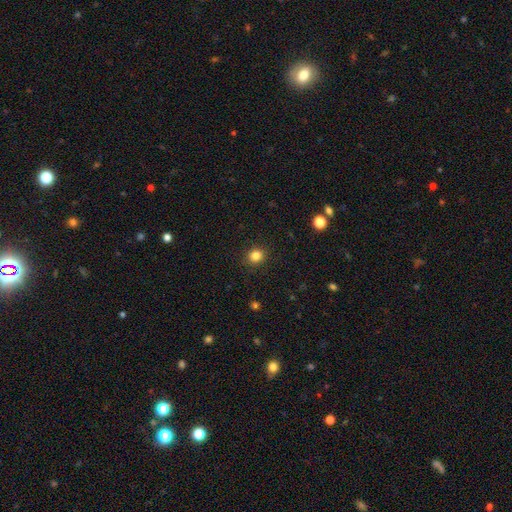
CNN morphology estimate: Overall: smooth (84%). How rounded: round (82%). Merging: none (90%).